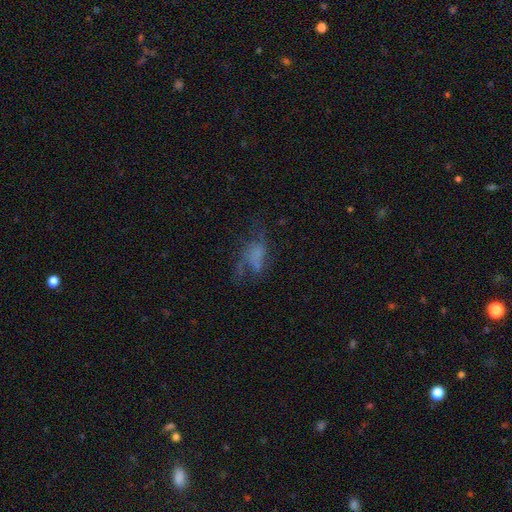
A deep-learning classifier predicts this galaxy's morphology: featured or disk 47%, smooth 35%, star or artifact 18%. Down the decision tree: merging — major disturbance (40%).